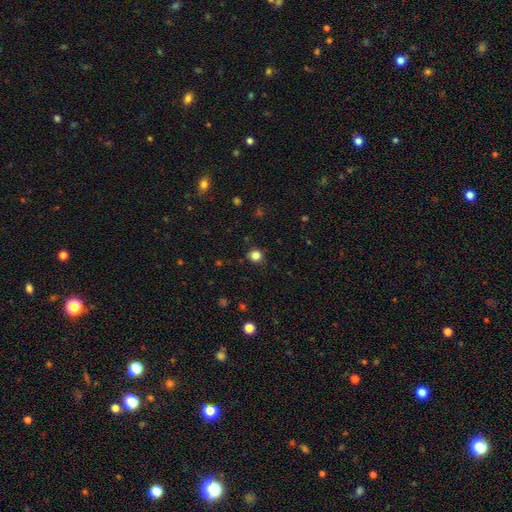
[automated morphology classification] Overall: smooth (83%). How rounded: round (90%). Merging: none (88%).